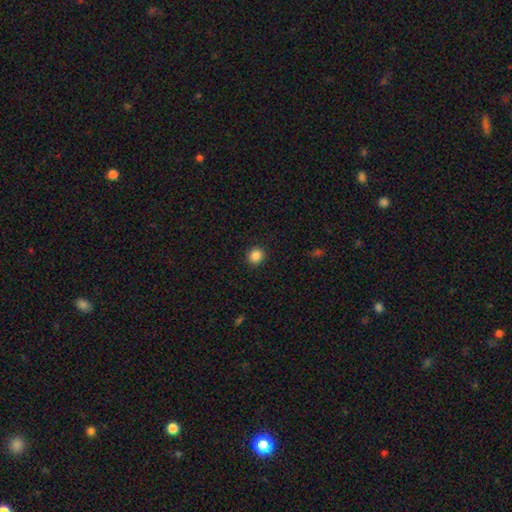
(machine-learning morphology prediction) A smooth galaxy with no disk features (87%) that is round (90%).

Vote fractions:
- Smooth or featured? smooth: 87% / star or artifact: 10% / featured or disk: 3%
- How rounded? round: 90% / in between: 9% / cigar-shaped: 1%
- Merging? none: 92% / minor disturbance: 5% / major disturbance: 2% / merger: 1%